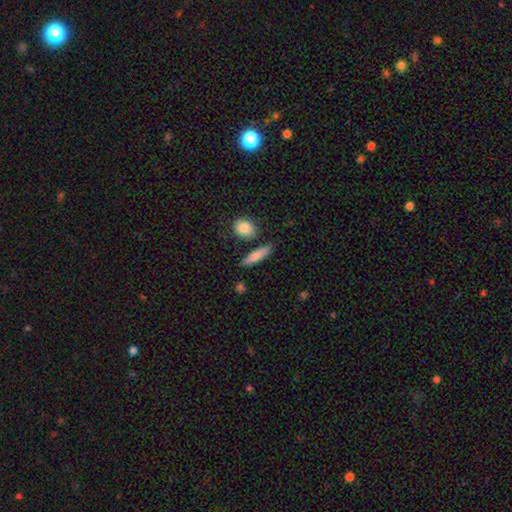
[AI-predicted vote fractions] smooth-or-featured: smooth: 80% | featured or disk: 14% | star or artifact: 6%
  how-rounded: cigar-shaped: 69% | in between: 27% | round: 3%
  merging: none: 80% | minor disturbance: 12% | merger: 6% | major disturbance: 3%